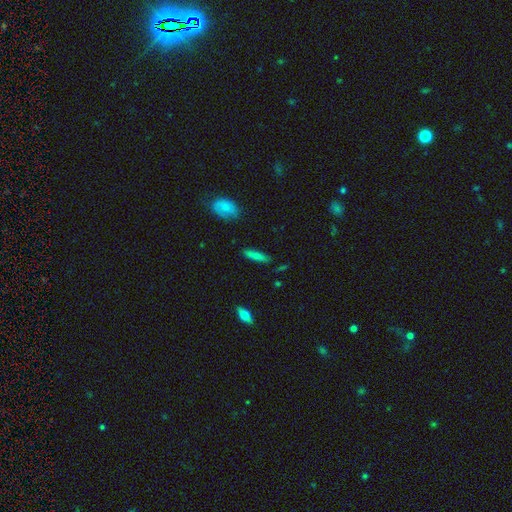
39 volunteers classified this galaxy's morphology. smooth-or-featured: smooth: 67% | featured or disk: 26% | star or artifact: 8%
  how-rounded: cigar-shaped: 69% | in between: 31% | round: 0%
  merging: none: 89% | minor disturbance: 8% | merger: 3% | major disturbance: 0%